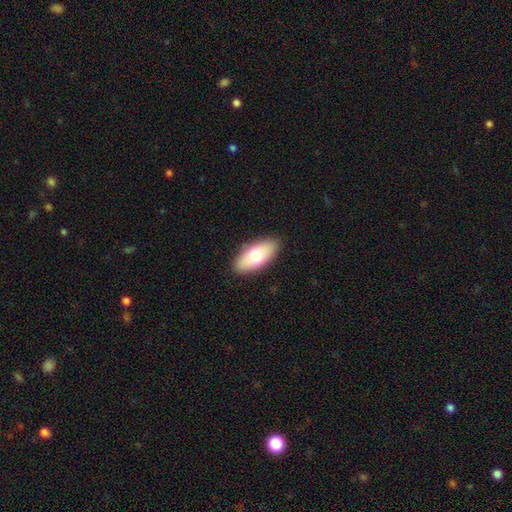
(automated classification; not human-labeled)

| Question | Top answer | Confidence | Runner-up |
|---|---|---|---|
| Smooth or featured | smooth | 71% | featured or disk (22%) |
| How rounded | in between | 90% | cigar-shaped (8%) |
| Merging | none | 89% | minor disturbance (8%) |